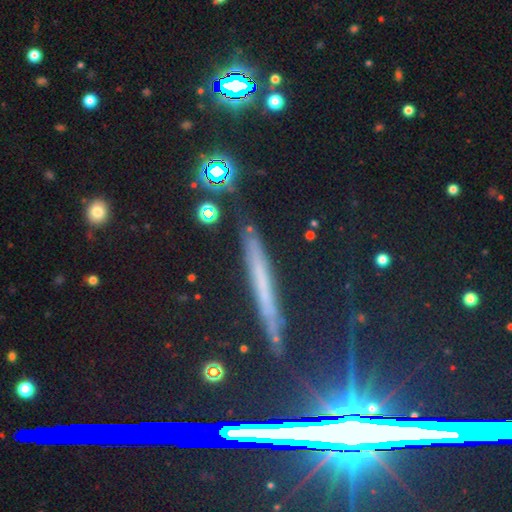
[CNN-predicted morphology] Overall: smooth (37%; featured or disk 35%). Merging: none (82%).